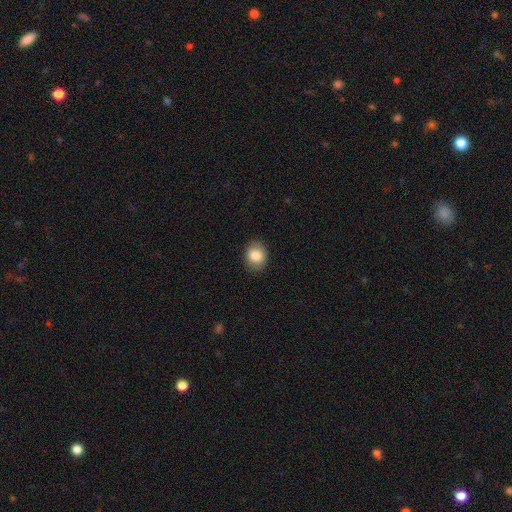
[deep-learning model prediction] Smooth or featured?
  - smooth: 85% *
  - star or artifact: 8%
  - featured or disk: 7%
How rounded?
  - in between: 54% *
  - round: 45%
  - cigar-shaped: 1%
Merging?
  - none: 87% *
  - minor disturbance: 9%
  - major disturbance: 2%
  - merger: 1%